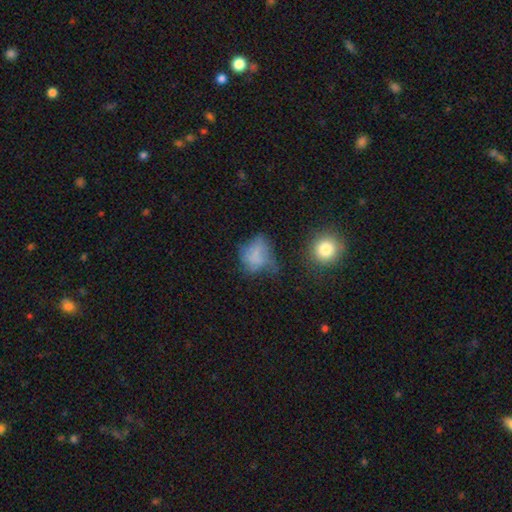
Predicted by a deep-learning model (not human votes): Smooth or featured?
  - smooth: 65% *
  - featured or disk: 20%
  - star or artifact: 15%
How rounded?
  - in between: 56% *
  - round: 43%
  - cigar-shaped: 2%
Merging?
  - none: 36% *
  - minor disturbance: 29%
  - major disturbance: 27%
  - merger: 9%